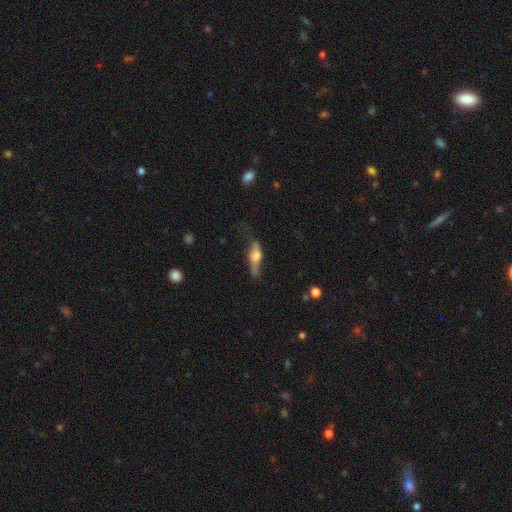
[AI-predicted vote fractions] A featured or disk galaxy (48%).

Vote fractions:
- Smooth or featured? featured or disk: 48% / smooth: 44% / star or artifact: 8%
- Merging? none: 49% / minor disturbance: 28% / major disturbance: 19% / merger: 3%